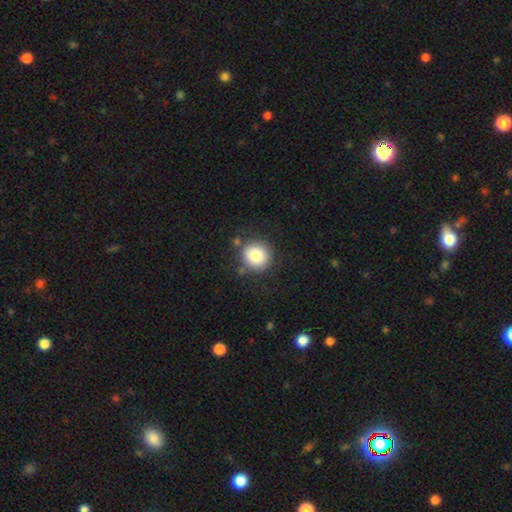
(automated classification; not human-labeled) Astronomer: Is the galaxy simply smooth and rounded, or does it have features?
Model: smooth — 85%.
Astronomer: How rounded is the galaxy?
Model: round — 85%.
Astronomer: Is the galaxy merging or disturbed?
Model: none — 80%.